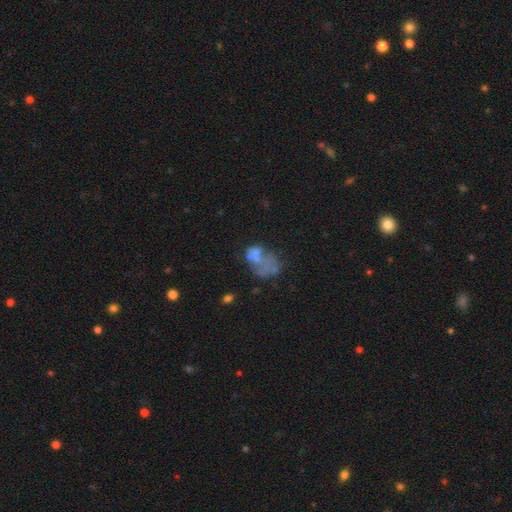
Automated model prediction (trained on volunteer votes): A featured or disk galaxy (50%).

Vote fractions:
- Smooth or featured? featured or disk: 50% / smooth: 37% / star or artifact: 13%
- Merging? none: 29% / merger: 27% / major disturbance: 26% / minor disturbance: 18%